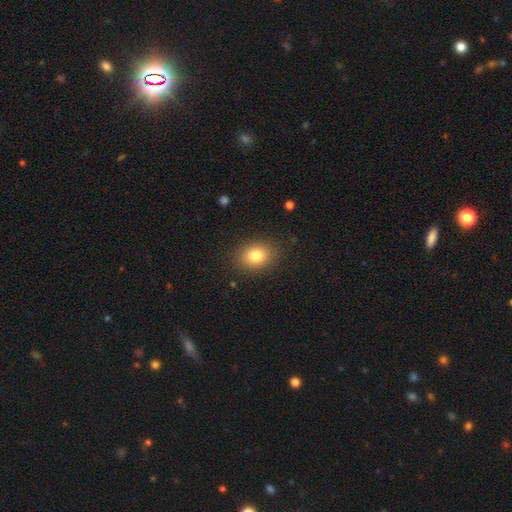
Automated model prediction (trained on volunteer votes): Smooth or featured: smooth — 82% (star or artifact — 10%)
How rounded: in between — 62% (round — 37%)
Merging: none — 87% (minor disturbance — 9%)